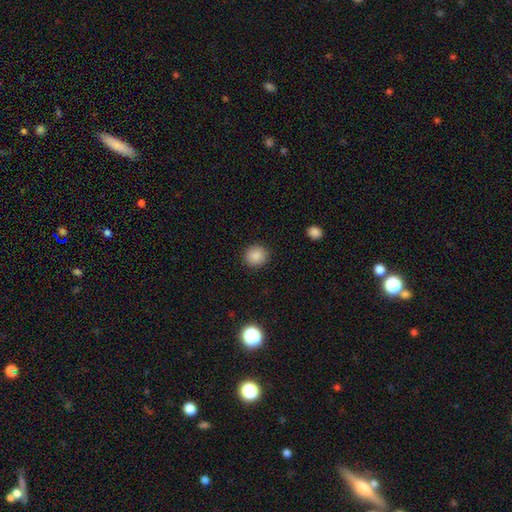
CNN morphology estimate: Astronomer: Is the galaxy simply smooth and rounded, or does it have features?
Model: smooth — 87%.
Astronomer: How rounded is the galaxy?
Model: round — 84%.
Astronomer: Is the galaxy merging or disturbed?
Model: none — 91%.